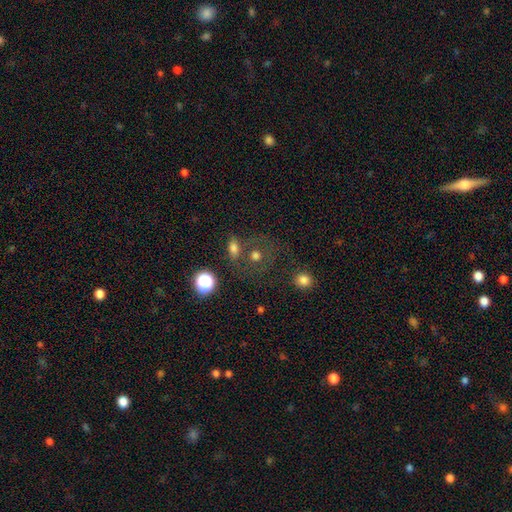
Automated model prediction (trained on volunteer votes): Overall: smooth (67%). How rounded: round (78%). Merging: none (59%; merger 20%).